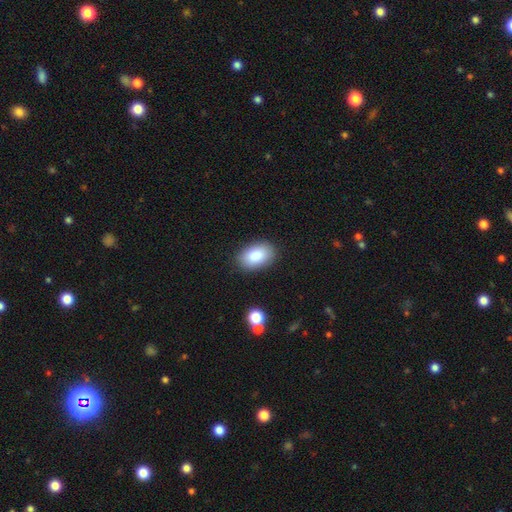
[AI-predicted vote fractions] This appears to be a smooth galaxy with no disk features (87%) that is in between round and cigar-shaped (91%). Merging: none (86%).